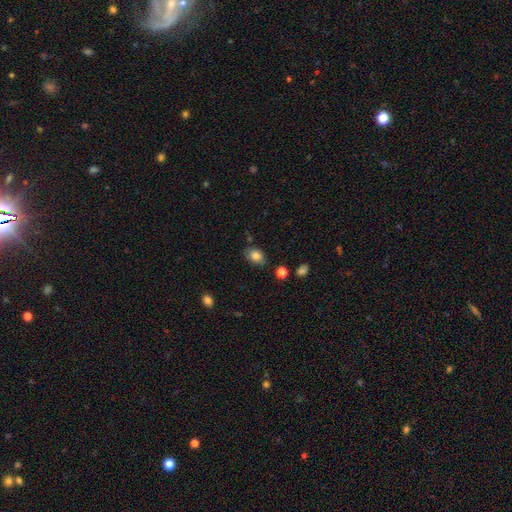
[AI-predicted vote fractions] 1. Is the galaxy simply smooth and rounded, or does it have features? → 83% smooth, 9% star or artifact, 8% featured or disk.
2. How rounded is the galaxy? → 79% in between, 20% round, 1% cigar-shaped.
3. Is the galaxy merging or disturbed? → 75% none, 18% minor disturbance, 4% major disturbance, 4% merger.